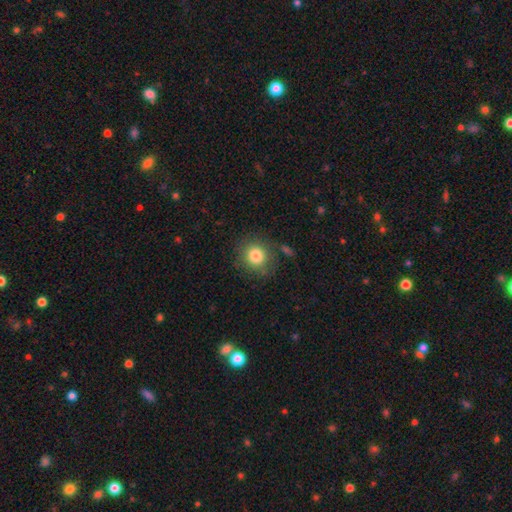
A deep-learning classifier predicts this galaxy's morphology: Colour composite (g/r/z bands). It shows a smooth galaxy with no disk features (82%) that is round (86%). Merging: none (81%).